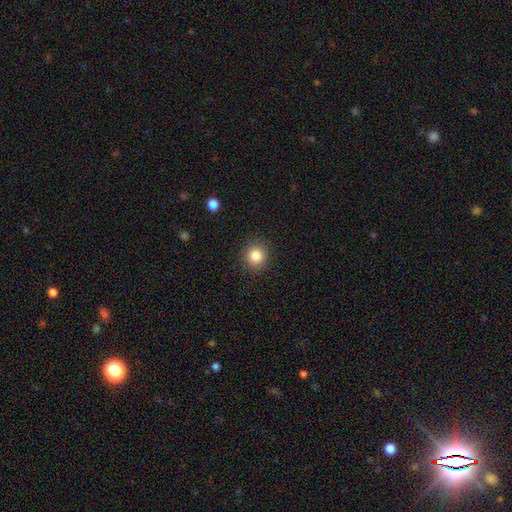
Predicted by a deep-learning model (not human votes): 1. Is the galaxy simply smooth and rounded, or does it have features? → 84% smooth, 10% star or artifact, 5% featured or disk.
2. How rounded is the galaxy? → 90% round, 9% in between, 1% cigar-shaped.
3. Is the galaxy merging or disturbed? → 90% none, 7% minor disturbance, 2% major disturbance, 1% merger.